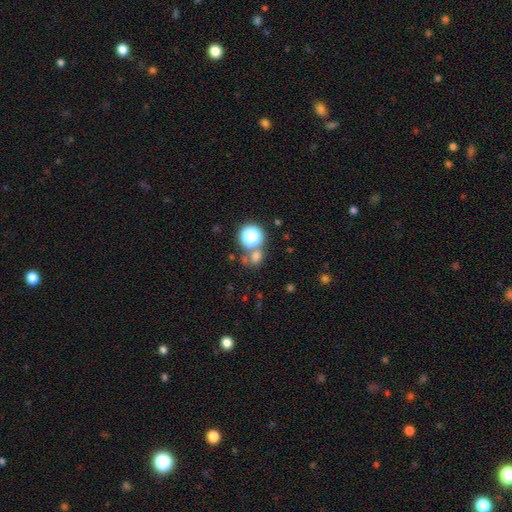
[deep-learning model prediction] Smooth or featured? smooth (65%)
How rounded? round (73%)
Merging? none (62%)